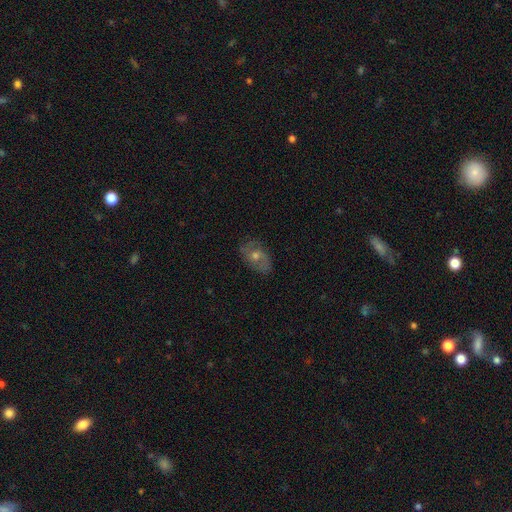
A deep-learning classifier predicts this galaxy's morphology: Smooth or featured?
  - featured or disk: 57% *
  - smooth: 30%
  - star or artifact: 12%
Edge-on disk?
  - no: 93% *
  - yes: 7%
Bar?
  - no: 73% *
  - weak: 23%
  - strong: 5%
Spiral arms?
  - yes: 71% *
  - no: 29%
Bulge size?
  - moderate: 67% *
  - small: 27%
  - large: 4%
  - none: 1%
  - dominant: 1%
Merging?
  - none: 78% *
  - minor disturbance: 16%
  - major disturbance: 5%
  - merger: 1%